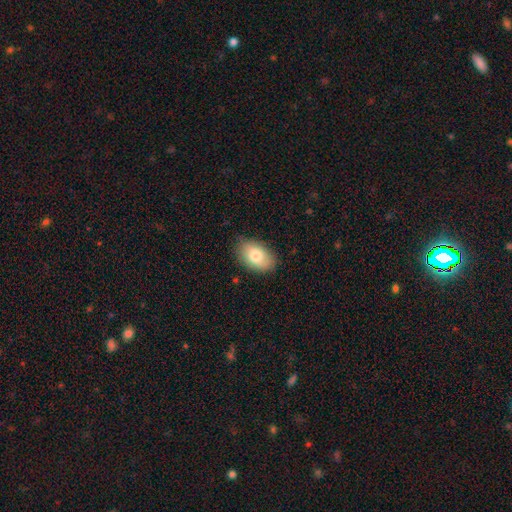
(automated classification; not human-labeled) Morphology: type=smooth (78%); roundness=in between (91%); merging=none (84%).